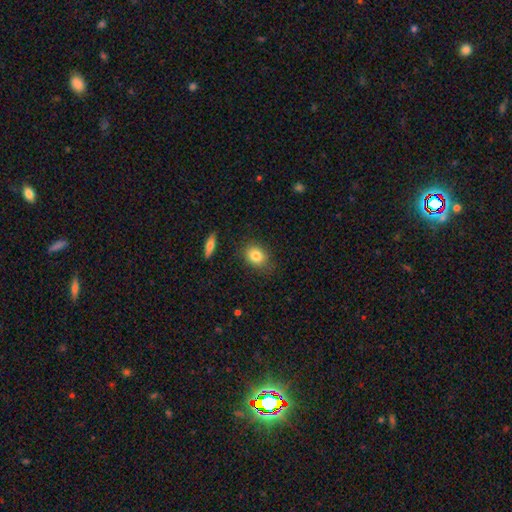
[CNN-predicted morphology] Q: Smooth or featured?
A: smooth (82%); runner-up: featured or disk (9%)
Q: How rounded?
A: in between (56%); runner-up: round (42%)
Q: Merging?
A: none (81%); runner-up: minor disturbance (13%)